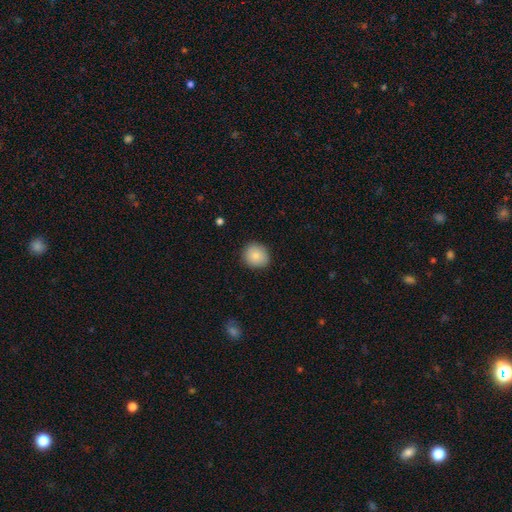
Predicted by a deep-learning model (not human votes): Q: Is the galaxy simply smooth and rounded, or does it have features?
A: smooth — 84%.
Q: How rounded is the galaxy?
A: round — 84%.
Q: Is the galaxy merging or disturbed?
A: none — 88%.